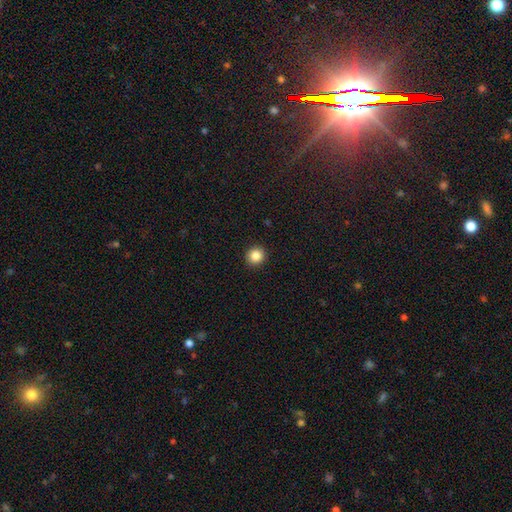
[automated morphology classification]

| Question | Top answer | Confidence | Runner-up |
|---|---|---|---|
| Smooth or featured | smooth | 86% | star or artifact (10%) |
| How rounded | round | 93% | in between (6%) |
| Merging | none | 93% | minor disturbance (5%) |